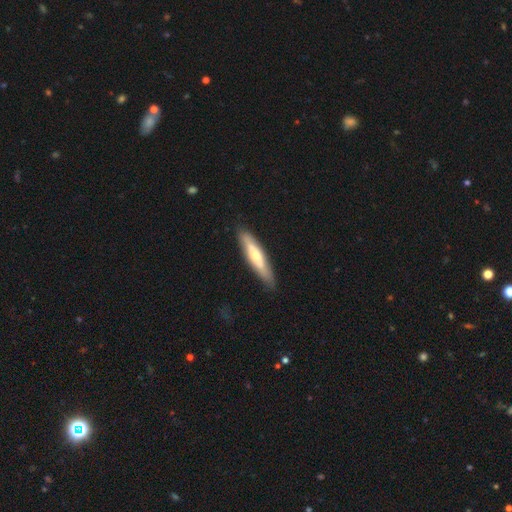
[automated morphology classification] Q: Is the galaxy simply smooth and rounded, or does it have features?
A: smooth — 48%.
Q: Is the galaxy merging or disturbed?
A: none — 84%.